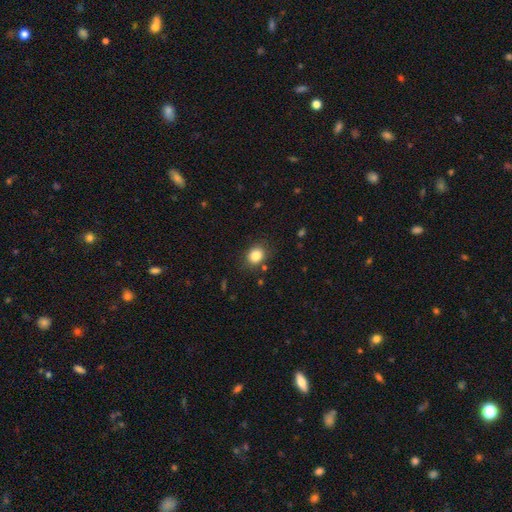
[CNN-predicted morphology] smooth 83%, star or artifact 11%, featured or disk 6%. Down the decision tree: how rounded — round (62%); merging — none (83%).